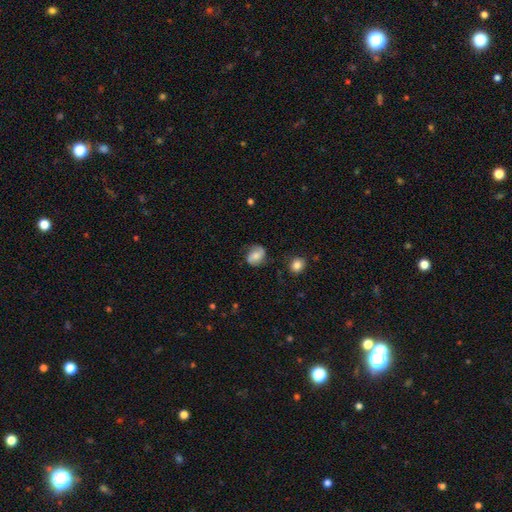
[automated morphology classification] smooth-or-featured: smooth: 53% | featured or disk: 38% | star or artifact: 9%
  how-rounded: in between: 53% | round: 46% | cigar-shaped: 1%
  merging: none: 68% | minor disturbance: 23% | major disturbance: 8% | merger: 2%